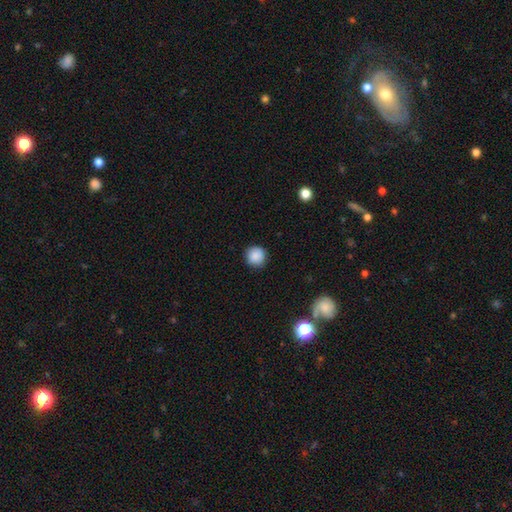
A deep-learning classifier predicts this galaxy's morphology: A smooth galaxy with no disk features (87%) that is round (93%). Merging: none (86%).